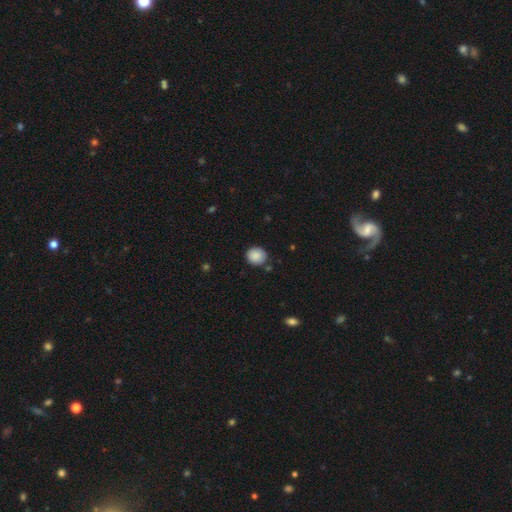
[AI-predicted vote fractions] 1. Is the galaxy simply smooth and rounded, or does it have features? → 88% smooth, 8% star or artifact, 4% featured or disk.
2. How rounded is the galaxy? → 84% round, 15% in between, 1% cigar-shaped.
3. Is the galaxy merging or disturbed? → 83% none, 11% minor disturbance, 3% merger, 3% major disturbance.